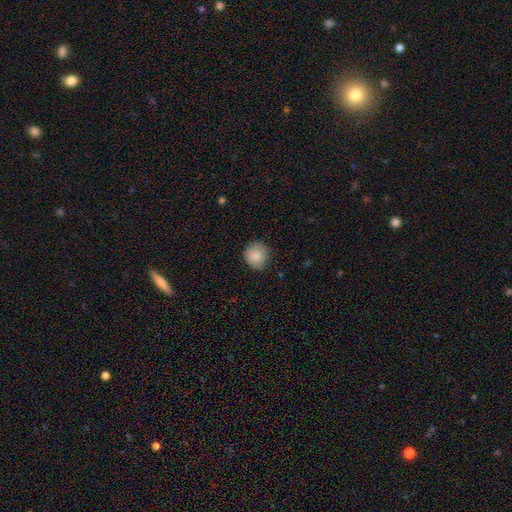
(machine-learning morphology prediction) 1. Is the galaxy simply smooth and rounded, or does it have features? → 87% smooth, 8% star or artifact, 5% featured or disk.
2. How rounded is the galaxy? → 85% round, 14% in between, 1% cigar-shaped.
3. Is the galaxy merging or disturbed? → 85% none, 12% minor disturbance, 2% major disturbance, 1% merger.